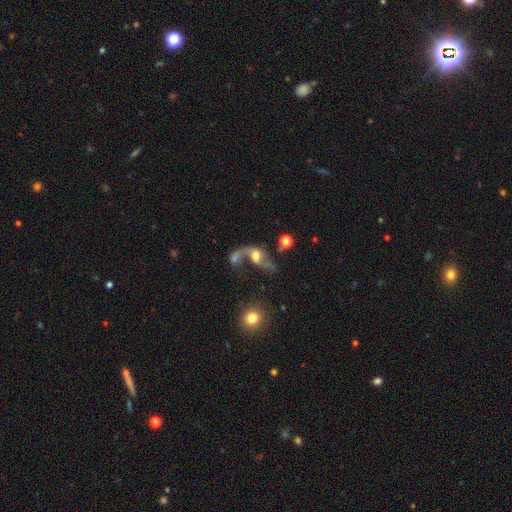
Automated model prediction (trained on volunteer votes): smooth-or-featured: featured or disk: 65% | smooth: 25% | star or artifact: 10%
  disk-edge-on: no: 94% | yes: 6%
    bar: no: 58% | weak: 33% | strong: 9%
    has-spiral-arms: yes: 78% | no: 22%
    bulge-size: moderate: 55% | large: 20% | small: 17% | none: 4% | dominant: 3%
  merging: merger: 40% | major disturbance: 29% | none: 20% | minor disturbance: 11%